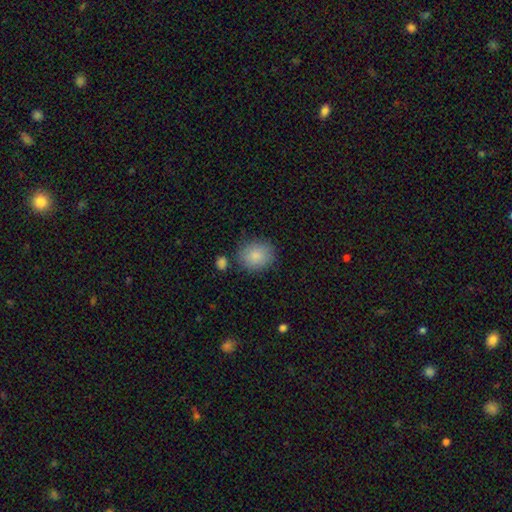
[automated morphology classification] This is clearly a smooth galaxy (86%). How rounded: likely round (71%). Merging: likely none (77%).